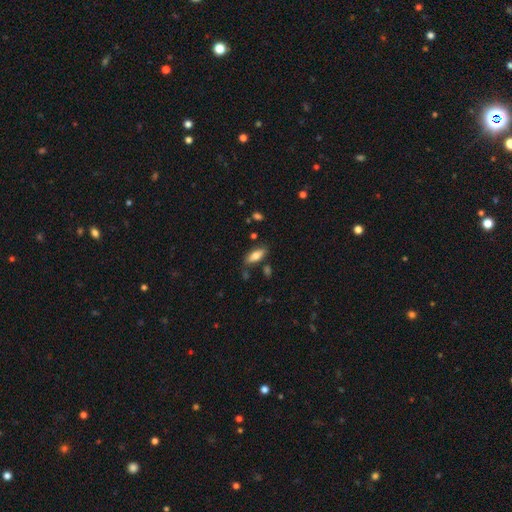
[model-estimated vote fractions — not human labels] smooth_or_featured: smooth (p=0.73) [alt: featured or disk p=0.20]
how_rounded: in between (p=0.79) [alt: cigar-shaped p=0.19]
merging: none (p=0.78) [alt: minor disturbance p=0.14]